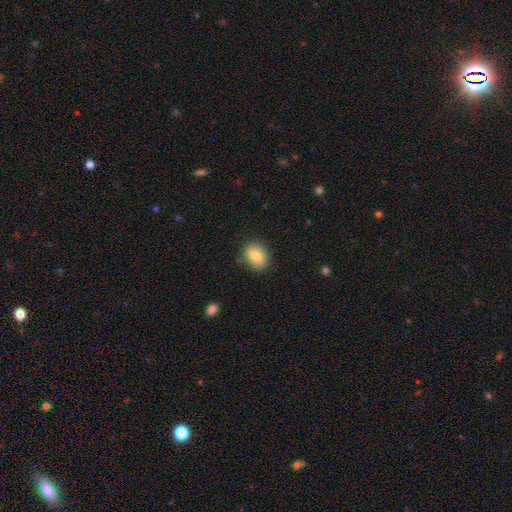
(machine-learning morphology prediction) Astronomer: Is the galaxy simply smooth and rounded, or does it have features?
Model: smooth — 82%.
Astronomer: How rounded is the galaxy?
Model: in between — 71%.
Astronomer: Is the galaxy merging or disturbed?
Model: none — 82%.